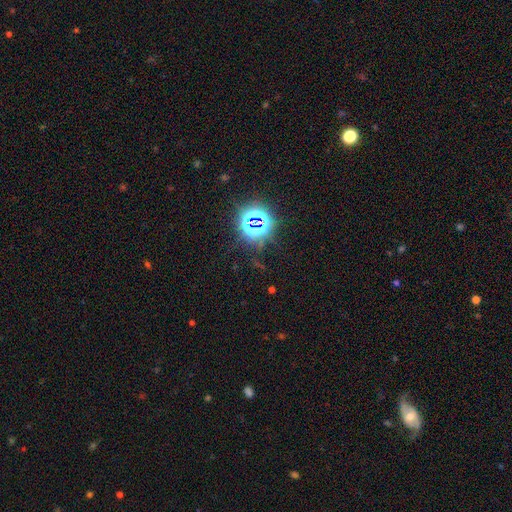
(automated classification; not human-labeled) Smooth or featured? Predicted: star or artifact (p=0.80).